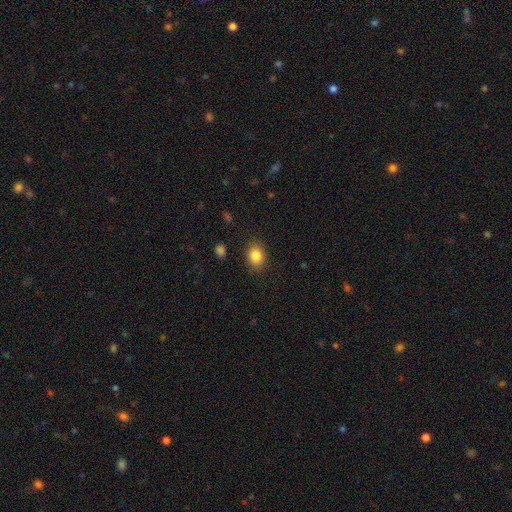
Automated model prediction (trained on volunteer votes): smooth 85%, star or artifact 9%, featured or disk 6%. Down the decision tree: how rounded — in between (61%); merging — none (87%).